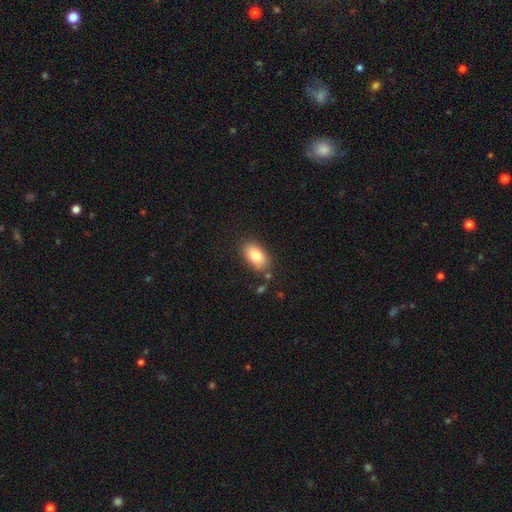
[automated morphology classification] A smooth galaxy with no disk features (81%) that is in between round and cigar-shaped (91%).

Vote fractions:
- Smooth or featured? smooth: 81% / featured or disk: 11% / star or artifact: 8%
- How rounded? in between: 91% / round: 7% / cigar-shaped: 2%
- Merging? none: 80% / minor disturbance: 13% / merger: 4% / major disturbance: 3%